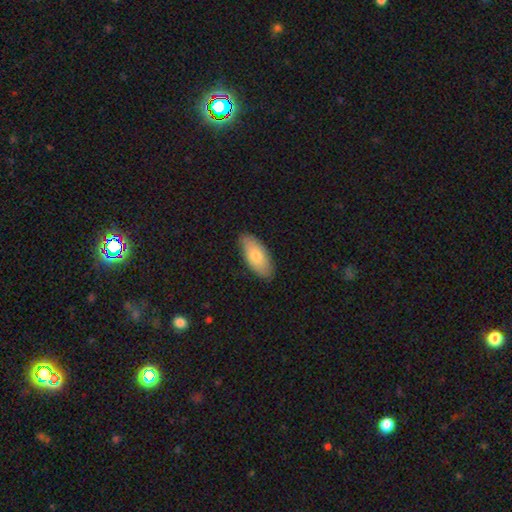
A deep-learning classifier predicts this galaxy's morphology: Q: Smooth or featured?
A: smooth (76%); runner-up: featured or disk (18%)
Q: How rounded?
A: in between (86%); runner-up: cigar-shaped (12%)
Q: Merging?
A: none (86%); runner-up: minor disturbance (11%)